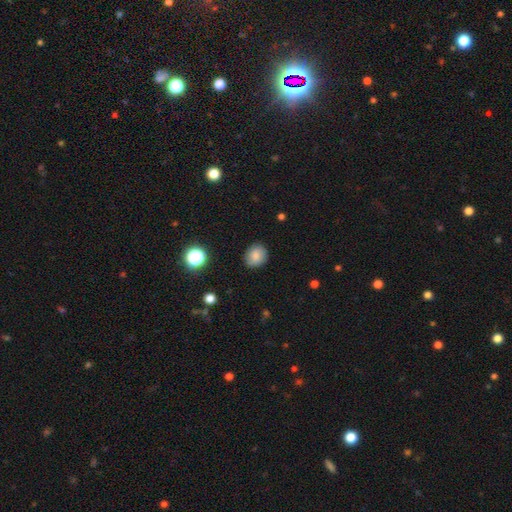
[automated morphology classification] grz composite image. It shows a smooth galaxy with no disk features (82%) that is round (61%). Merging: none (83%).